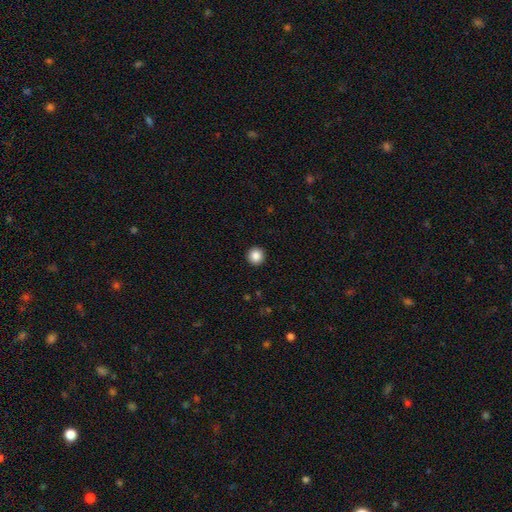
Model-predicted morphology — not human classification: This appears to be a smooth galaxy with no disk features (87%) that is round (95%). Merging: none (94%).